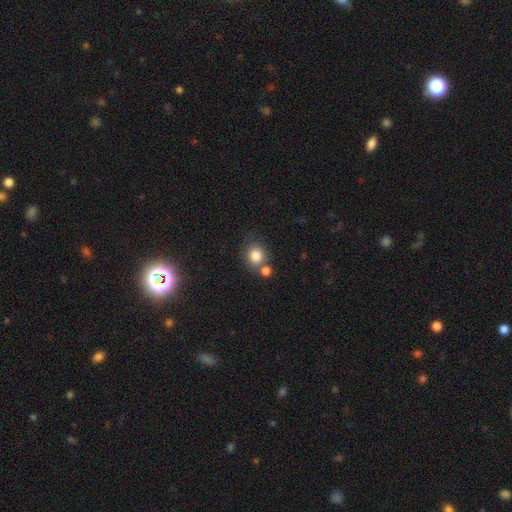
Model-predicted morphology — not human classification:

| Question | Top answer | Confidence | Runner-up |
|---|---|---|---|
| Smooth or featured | smooth | 83% | star or artifact (10%) |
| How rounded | round | 78% | in between (21%) |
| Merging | none | 60% | merger (24%) |